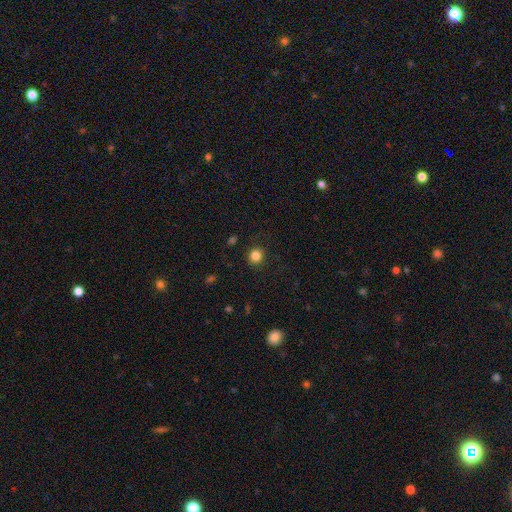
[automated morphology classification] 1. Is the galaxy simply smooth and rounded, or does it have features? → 84% smooth, 12% star or artifact, 4% featured or disk.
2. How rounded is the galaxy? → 89% round, 10% in between, 1% cigar-shaped.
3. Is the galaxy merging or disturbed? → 90% none, 7% minor disturbance, 2% major disturbance, 1% merger.